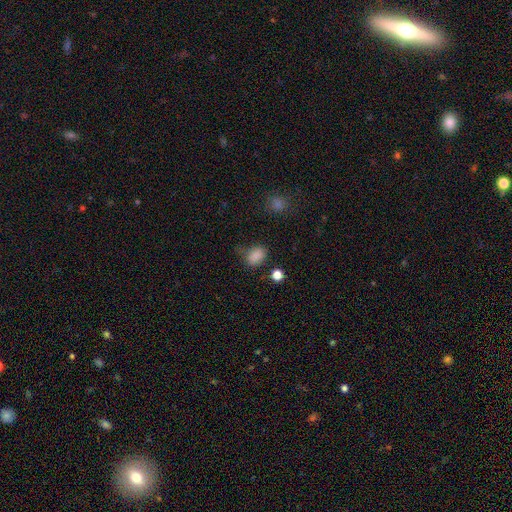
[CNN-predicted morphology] Smooth or featured? smooth (83%)
How rounded? in between (74%)
Merging? none (59%)